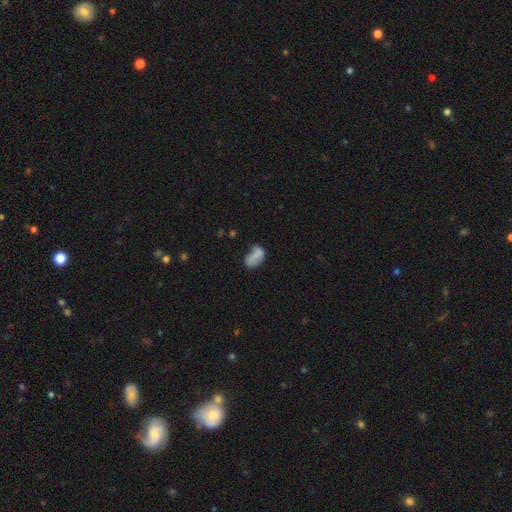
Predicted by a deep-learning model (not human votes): smooth 69%, featured or disk 21%, star or artifact 10%. Down the decision tree: how rounded — in between (89%); merging — none (42%).